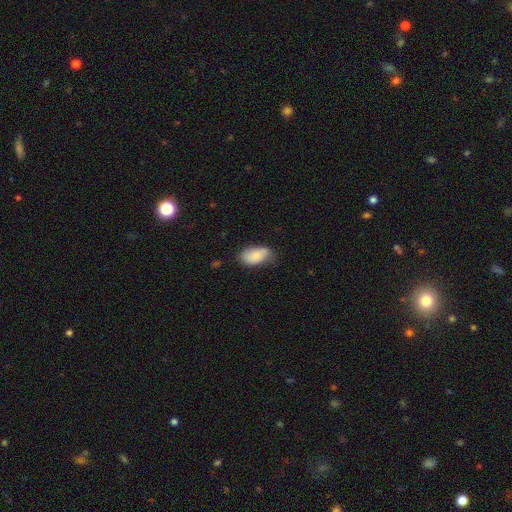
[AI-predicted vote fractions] smooth-or-featured: smooth: 78% | featured or disk: 15% | star or artifact: 7%
  how-rounded: in between: 94% | round: 4% | cigar-shaped: 2%
  merging: none: 62% | minor disturbance: 30% | major disturbance: 6% | merger: 2%